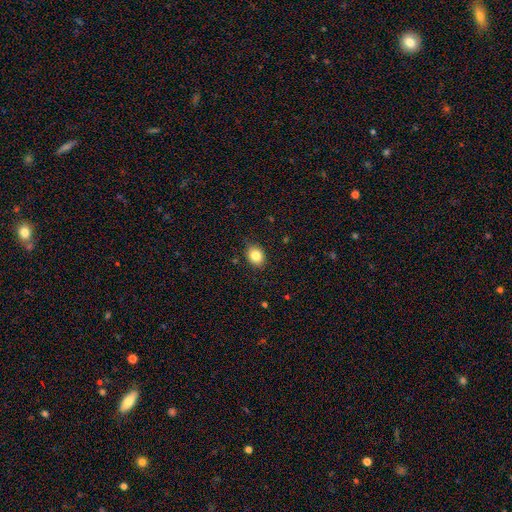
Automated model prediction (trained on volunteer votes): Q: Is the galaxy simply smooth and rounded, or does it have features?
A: smooth — 83%.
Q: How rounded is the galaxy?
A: round — 51%.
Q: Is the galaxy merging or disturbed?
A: none — 85%.